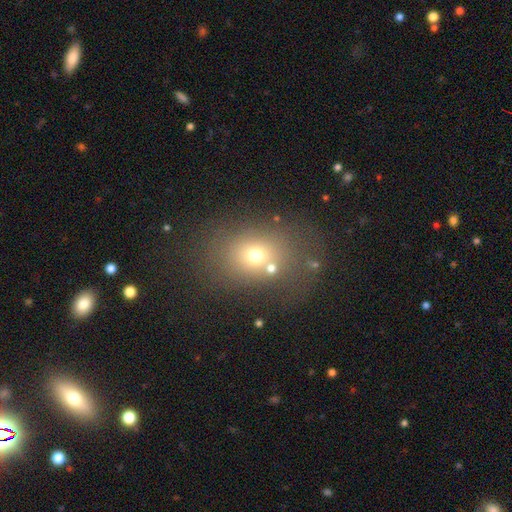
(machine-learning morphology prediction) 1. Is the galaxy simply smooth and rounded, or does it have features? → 65% smooth, 20% star or artifact, 15% featured or disk.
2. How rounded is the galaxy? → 51% in between, 47% round, 1% cigar-shaped.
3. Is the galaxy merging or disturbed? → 67% none, 14% minor disturbance, 11% merger, 8% major disturbance.